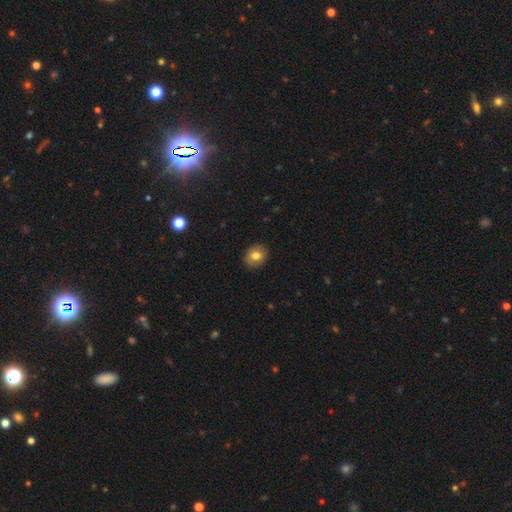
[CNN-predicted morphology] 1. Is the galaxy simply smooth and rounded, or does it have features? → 78% smooth, 12% featured or disk, 9% star or artifact.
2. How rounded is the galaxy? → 58% round, 41% in between, 1% cigar-shaped.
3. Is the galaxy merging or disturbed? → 88% none, 9% minor disturbance, 2% major disturbance, 1% merger.